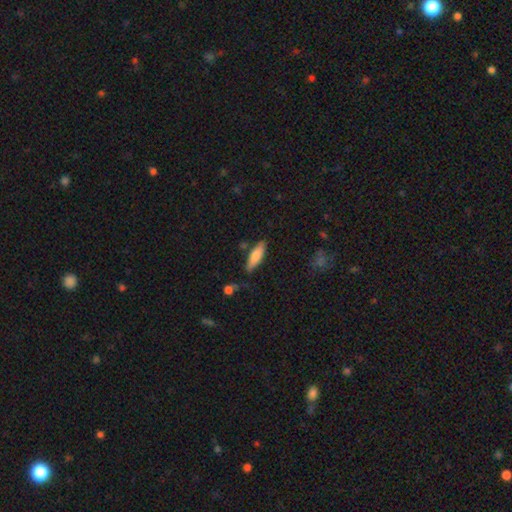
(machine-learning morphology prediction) This is likely a smooth galaxy (79%). How rounded: possibly cigar-shaped (51%). Merging: likely none (77%).